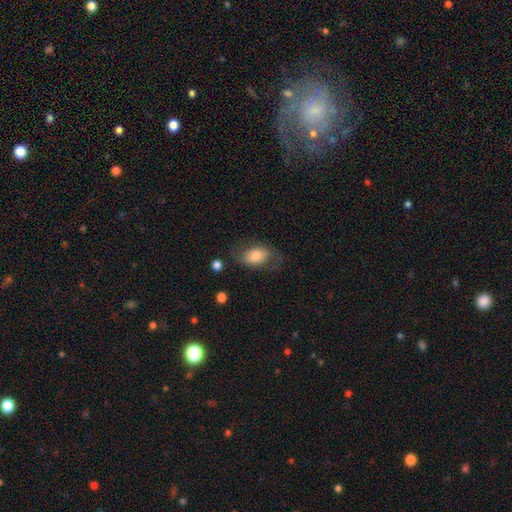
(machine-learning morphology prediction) A smooth galaxy with no disk features (72%) that is in between round and cigar-shaped (87%).

Vote fractions:
- Smooth or featured? smooth: 72% / featured or disk: 21% / star or artifact: 7%
- How rounded? in between: 87% / round: 11% / cigar-shaped: 2%
- Merging? none: 63% / minor disturbance: 22% / major disturbance: 13% / merger: 2%